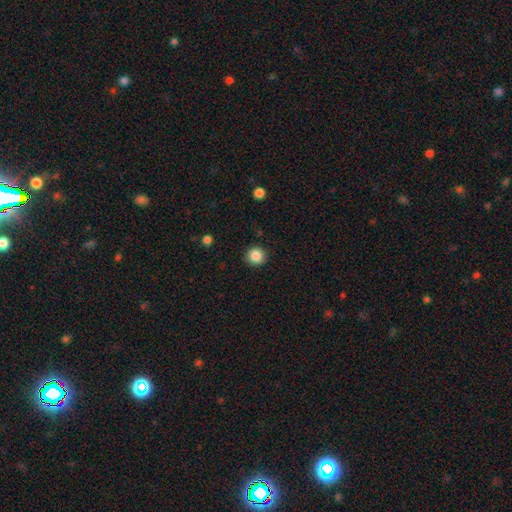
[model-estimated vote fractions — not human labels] smooth 86%, star or artifact 10%, featured or disk 4%. Down the decision tree: how rounded — round (92%); merging — none (91%).